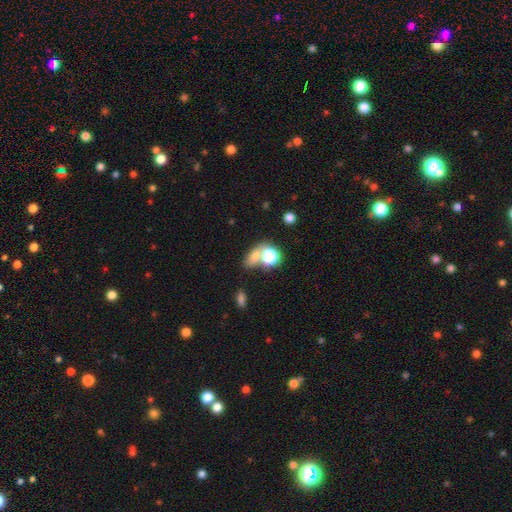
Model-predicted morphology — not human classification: Smooth or featured? Predicted: smooth (p=0.64). How rounded? Predicted: in between (p=0.57). Merging? Predicted: none (p=0.45).